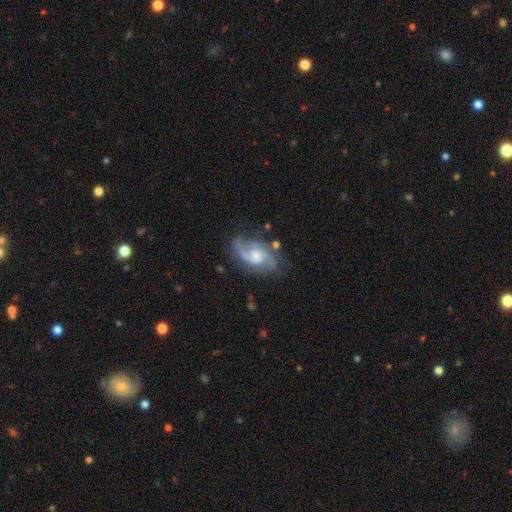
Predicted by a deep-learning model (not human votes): Q: Smooth or featured?
A: featured or disk (87%); runner-up: smooth (8%)
Q: Edge-on disk?
A: no (97%); runner-up: yes (3%)
Q: Bar?
A: no (55%); runner-up: weak (38%)
Q: Spiral arms?
A: yes (97%); runner-up: no (3%)
Q: Spiral winding?
A: medium (53%); runner-up: loose (30%)
Q: Spiral arm count?
A: 2 (75%); runner-up: 3 (12%)
Q: Bulge size?
A: moderate (53%); runner-up: small (31%)
Q: Merging?
A: none (71%); runner-up: minor disturbance (18%)